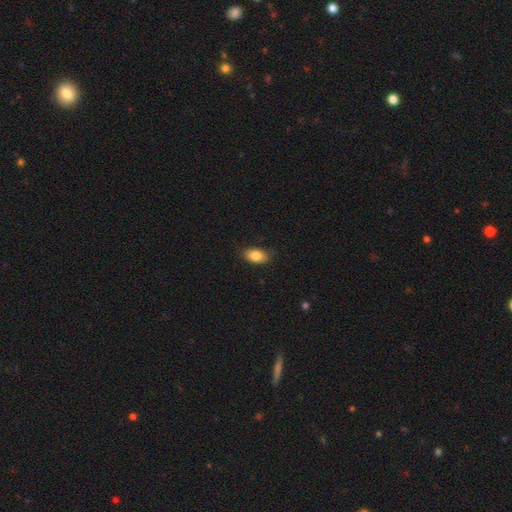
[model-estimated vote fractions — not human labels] The model was most divided on "merging": none: 83%, minor disturbance: 14%, major disturbance: 3%, merger: 1%. More confident: how rounded — in between (90%); smooth or featured — smooth (85%).